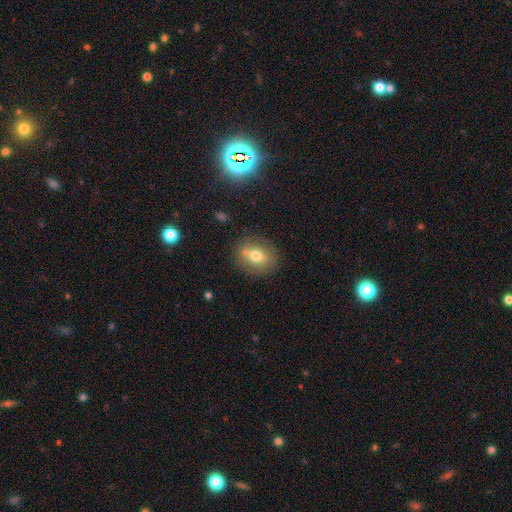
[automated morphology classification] This appears to be a smooth galaxy with no disk features (62%) that is in between round and cigar-shaped (52%). Merging: none (81%).